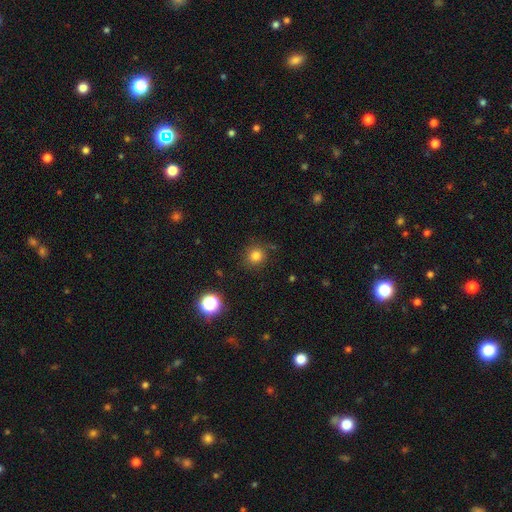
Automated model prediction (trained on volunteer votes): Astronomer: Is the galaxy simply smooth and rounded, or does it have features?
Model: smooth — 80%.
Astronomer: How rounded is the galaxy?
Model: round — 90%.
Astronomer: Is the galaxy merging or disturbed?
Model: none — 85%.